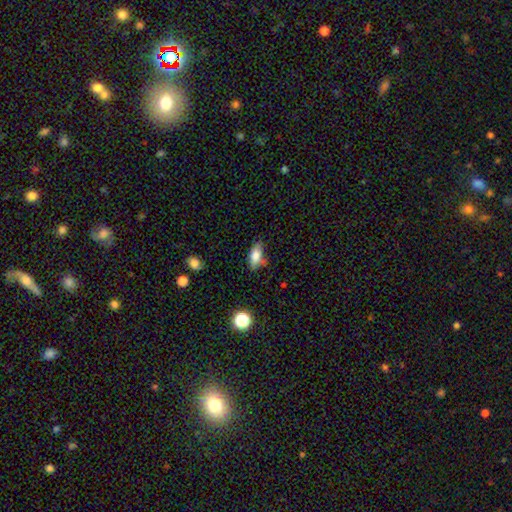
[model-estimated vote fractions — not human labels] A smooth galaxy with no disk features (78%) that is in between round and cigar-shaped (84%).

Vote fractions:
- Smooth or featured? smooth: 78% / featured or disk: 14% / star or artifact: 9%
- How rounded? in between: 84% / cigar-shaped: 11% / round: 5%
- Merging? none: 69% / minor disturbance: 21% / merger: 6% / major disturbance: 5%